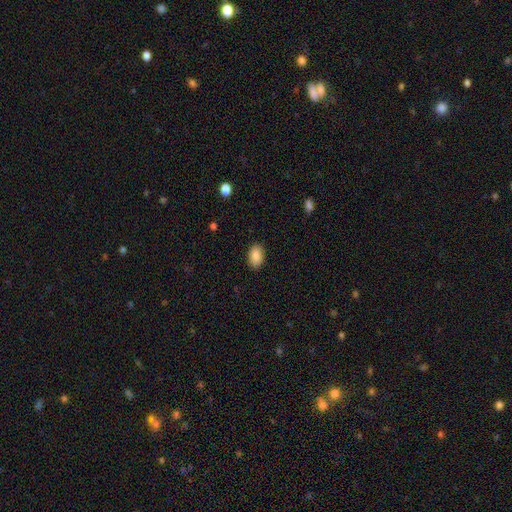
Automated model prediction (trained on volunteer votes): Smooth or featured?
  - smooth: 89% *
  - star or artifact: 7%
  - featured or disk: 4%
How rounded?
  - in between: 88% *
  - round: 10%
  - cigar-shaped: 1%
Merging?
  - none: 88% *
  - minor disturbance: 9%
  - major disturbance: 2%
  - merger: 1%